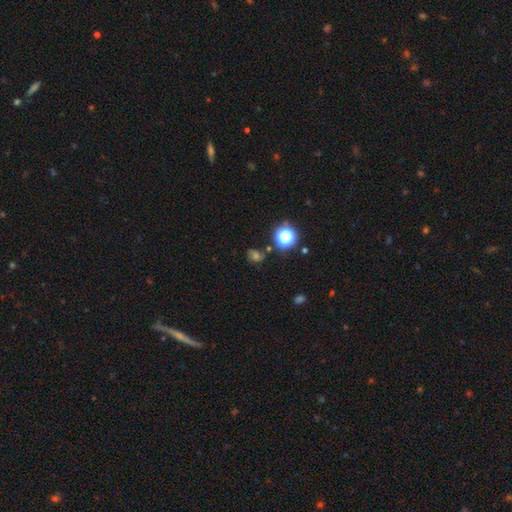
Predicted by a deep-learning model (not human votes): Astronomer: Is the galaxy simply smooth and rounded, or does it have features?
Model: smooth — 45% (runner-up: star or artifact, 43%).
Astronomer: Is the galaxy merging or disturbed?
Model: none — 74%.